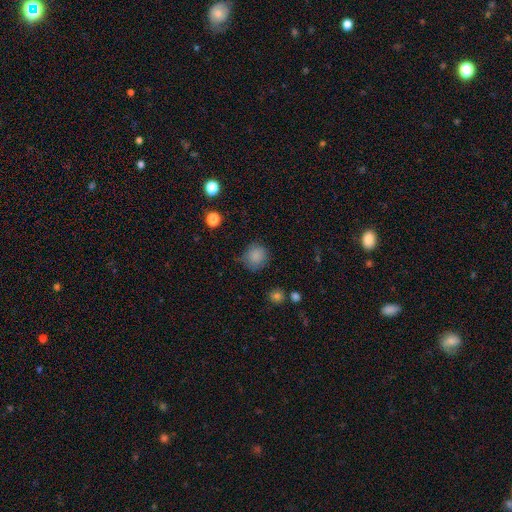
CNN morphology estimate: This is clearly a smooth galaxy (84%). How rounded: clearly round (85%). Merging: likely none (70%).